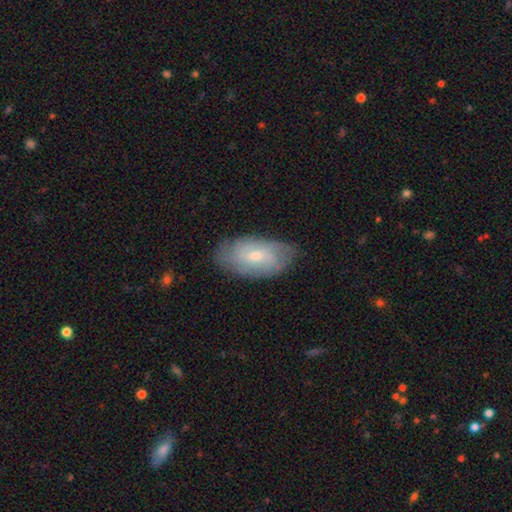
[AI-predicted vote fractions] A featured or disk galaxy (59%) with no bar (57%), spiral arms (82%) and a small central bulge (52%). Merging: none (77%).